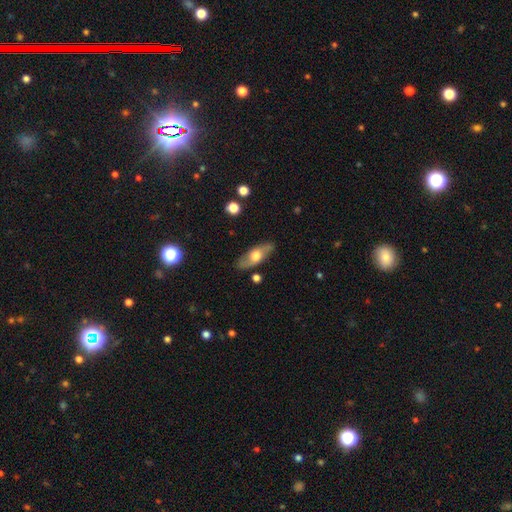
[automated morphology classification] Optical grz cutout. It shows a featured or disk galaxy (48%). Merging: none (83%).